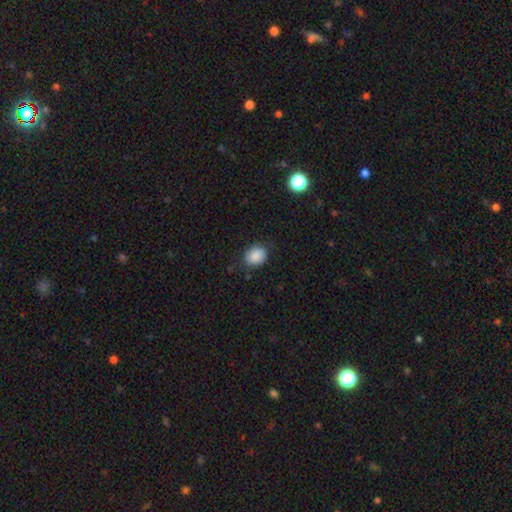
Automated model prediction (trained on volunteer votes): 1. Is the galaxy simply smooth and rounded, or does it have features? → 87% smooth, 8% star or artifact, 5% featured or disk.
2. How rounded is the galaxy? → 59% round, 40% in between, 1% cigar-shaped.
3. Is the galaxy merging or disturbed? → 80% none, 15% minor disturbance, 4% major disturbance, 1% merger.